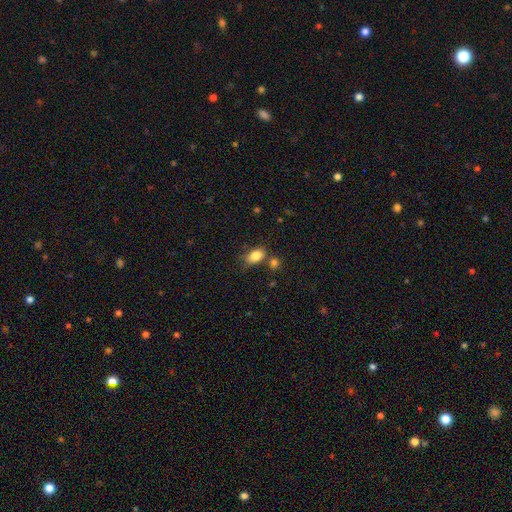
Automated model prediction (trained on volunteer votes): Smooth or featured?
  - smooth: 84% *
  - star or artifact: 9%
  - featured or disk: 7%
How rounded?
  - in between: 86% *
  - round: 13%
  - cigar-shaped: 2%
Merging?
  - none: 62% *
  - minor disturbance: 17%
  - merger: 16%
  - major disturbance: 5%